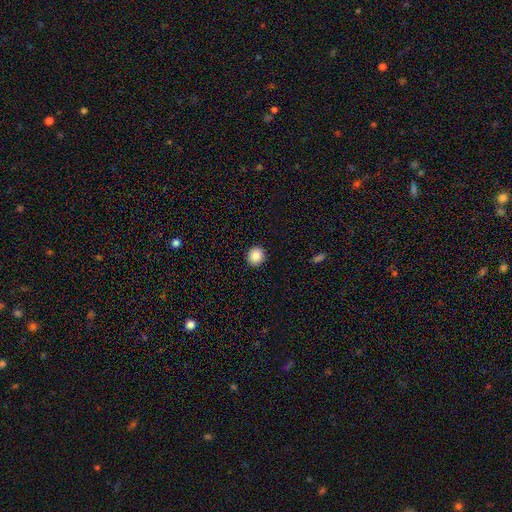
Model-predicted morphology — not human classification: smooth-or-featured: smooth: 88% | star or artifact: 9% | featured or disk: 4%
  how-rounded: round: 87% | in between: 12% | cigar-shaped: 1%
  merging: none: 92% | minor disturbance: 5% | major disturbance: 2% | merger: 1%